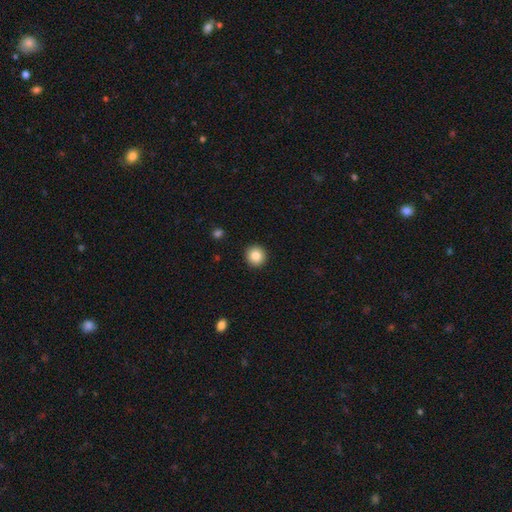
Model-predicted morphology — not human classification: Smooth or featured: smooth — 84% (star or artifact — 9%)
How rounded: round — 95% (in between — 4%)
Merging: none — 93% (minor disturbance — 4%)